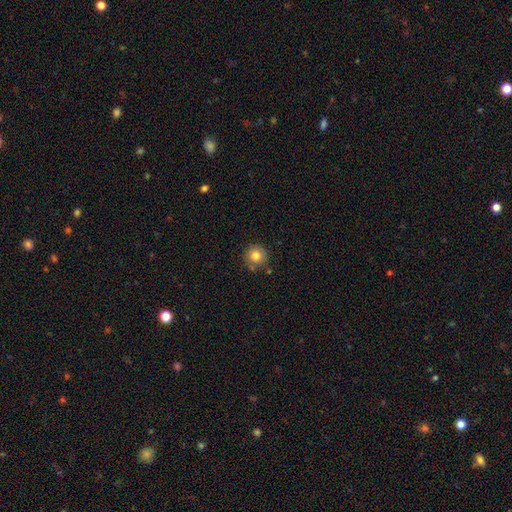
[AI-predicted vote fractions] smooth_or_featured: smooth (p=0.80) [alt: star or artifact p=0.10]
how_rounded: round (p=0.94) [alt: in between p=0.05]
merging: none (p=0.78) [alt: minor disturbance p=0.12]